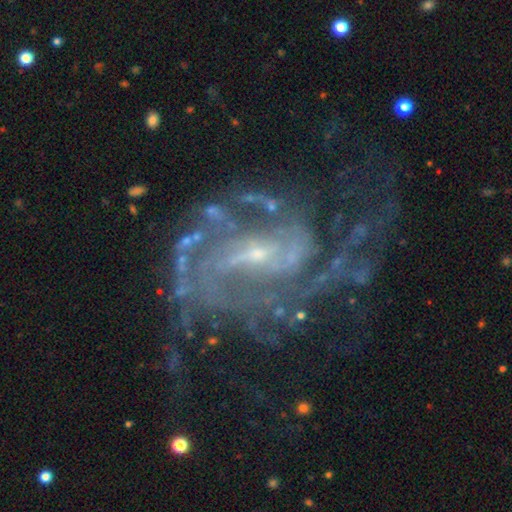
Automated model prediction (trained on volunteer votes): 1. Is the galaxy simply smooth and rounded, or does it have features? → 89% featured or disk, 7% star or artifact, 4% smooth.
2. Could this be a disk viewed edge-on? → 97% no, 3% yes.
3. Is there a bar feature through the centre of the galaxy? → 47% weak, 31% no, 22% strong.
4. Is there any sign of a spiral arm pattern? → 95% yes, 5% no.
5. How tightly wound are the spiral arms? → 47% medium, 37% tight, 16% loose.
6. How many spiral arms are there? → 30% 2, 24% can't tell, 18% 3, 12% 4, 8% more than 4, 8% 1.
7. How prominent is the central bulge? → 78% small, 15% moderate, 5% none, 1% large, 1% dominant.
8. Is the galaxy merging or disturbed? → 56% none, 23% major disturbance, 18% minor disturbance, 3% merger.